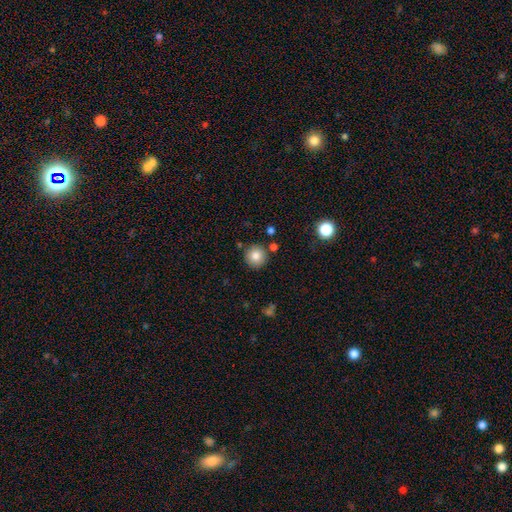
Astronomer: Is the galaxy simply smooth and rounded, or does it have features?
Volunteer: smooth — 77%.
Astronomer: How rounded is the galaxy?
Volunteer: round — 97%.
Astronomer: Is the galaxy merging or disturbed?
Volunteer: none — 91%.